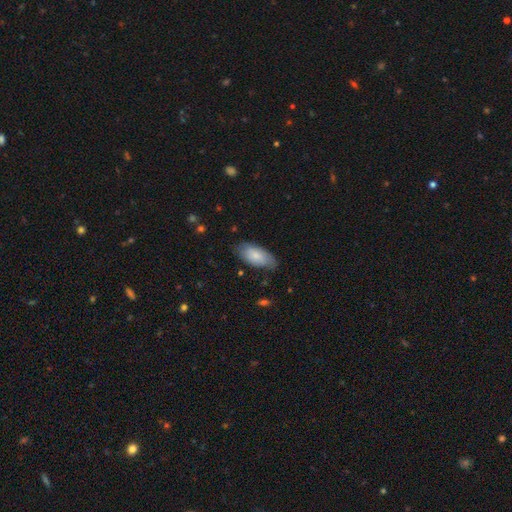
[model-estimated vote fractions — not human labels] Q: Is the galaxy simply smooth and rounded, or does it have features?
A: smooth — 77%.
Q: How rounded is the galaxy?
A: in between — 91%.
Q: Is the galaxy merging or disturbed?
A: none — 71%.